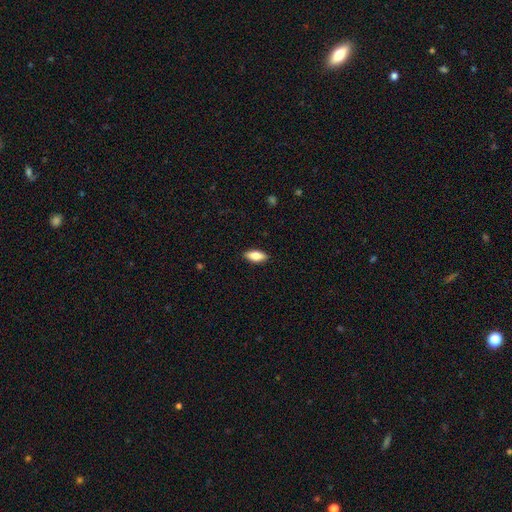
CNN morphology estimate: This appears to be a smooth galaxy with no disk features (82%) that is in between round and cigar-shaped (84%). Merging: none (89%).